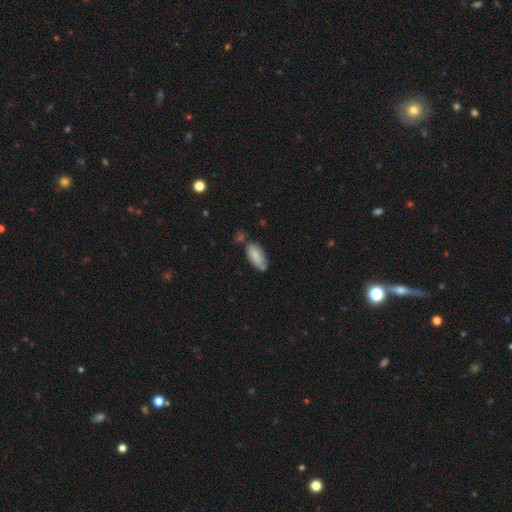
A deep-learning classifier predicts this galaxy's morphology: This appears to be a smooth galaxy with no disk features (80%) that is in between round and cigar-shaped (85%). Merging: none (52%).